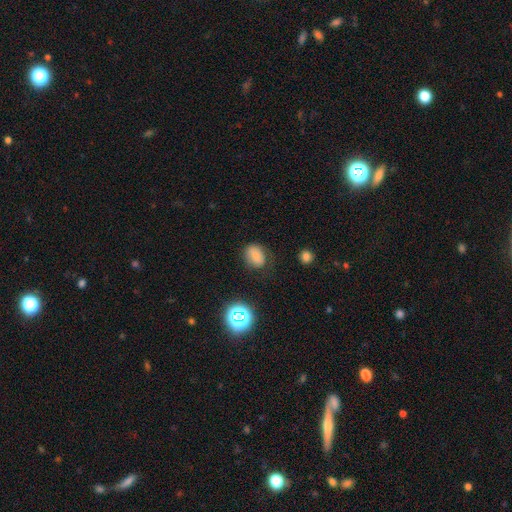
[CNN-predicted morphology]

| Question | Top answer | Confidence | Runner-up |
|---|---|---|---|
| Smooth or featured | smooth | 72% | star or artifact (15%) |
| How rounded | in between | 62% | round (37%) |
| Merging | none | 64% | minor disturbance (24%) |